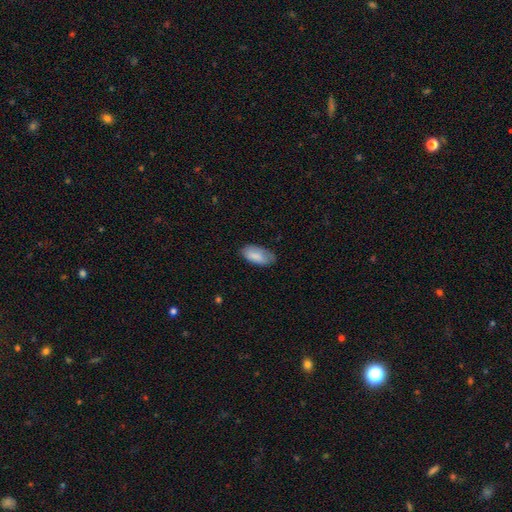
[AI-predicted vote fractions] A smooth galaxy with no disk features (84%) that is in between round and cigar-shaped (93%).

Vote fractions:
- Smooth or featured? smooth: 84% / featured or disk: 9% / star or artifact: 6%
- How rounded? in between: 93% / cigar-shaped: 5% / round: 2%
- Merging? none: 65% / minor disturbance: 27% / major disturbance: 6% / merger: 1%